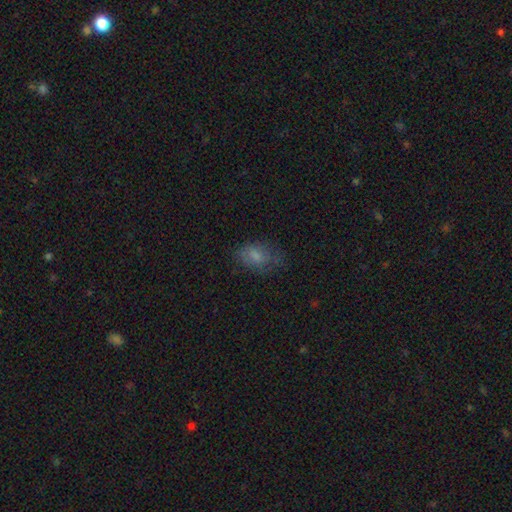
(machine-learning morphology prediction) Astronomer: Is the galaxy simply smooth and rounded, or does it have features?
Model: smooth — 73%.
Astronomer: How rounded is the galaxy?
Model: in between — 85%.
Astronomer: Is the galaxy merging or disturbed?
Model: none — 57%.